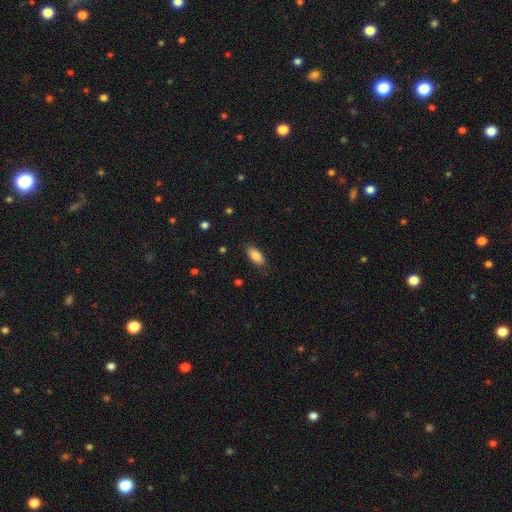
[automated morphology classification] This appears to be a smooth galaxy with no disk features (86%) that is in between round and cigar-shaped (86%). Merging: none (82%).